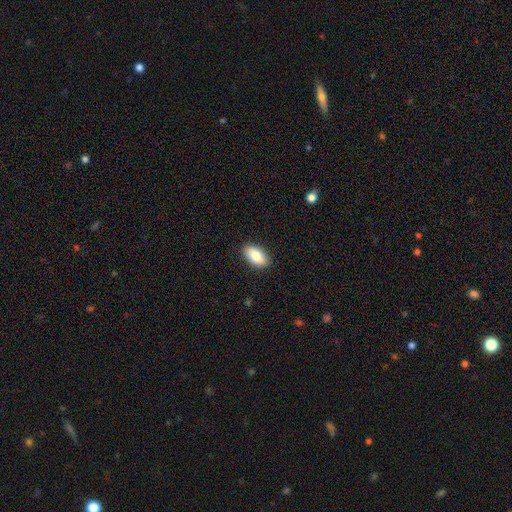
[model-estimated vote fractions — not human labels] Smooth or featured: smooth — 85% (featured or disk — 9%)
How rounded: in between — 93% (round — 4%)
Merging: none — 89% (minor disturbance — 8%)